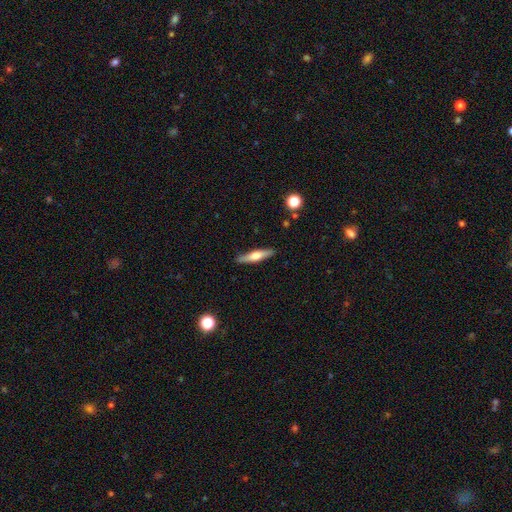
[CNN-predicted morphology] The model was most divided on "smooth or featured": smooth: 48%, featured or disk: 46%, star or artifact: 6%. More confident: merging — none (89%).